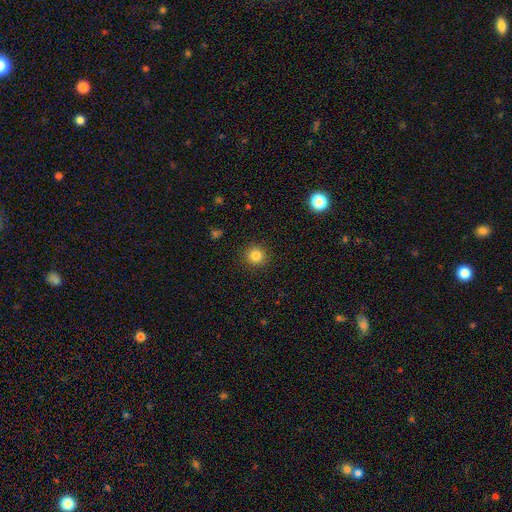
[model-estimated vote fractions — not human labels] Q: Smooth or featured?
A: smooth (83%); runner-up: star or artifact (12%)
Q: How rounded?
A: round (93%); runner-up: in between (6%)
Q: Merging?
A: none (91%); runner-up: minor disturbance (6%)